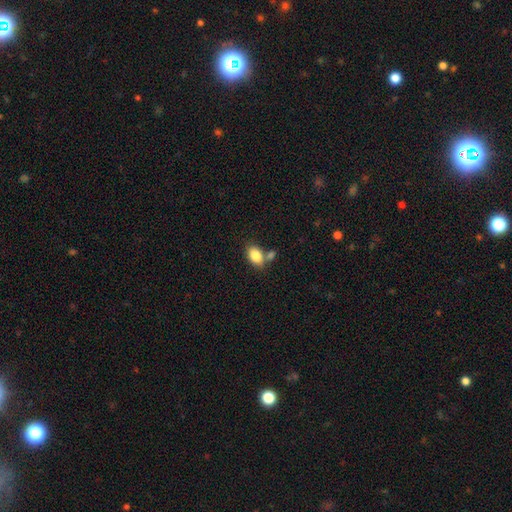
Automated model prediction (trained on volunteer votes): smooth-or-featured: smooth: 85% | star or artifact: 8% | featured or disk: 7%
  how-rounded: in between: 86% | round: 12% | cigar-shaped: 2%
  merging: none: 57% | merger: 26% | minor disturbance: 13% | major disturbance: 4%